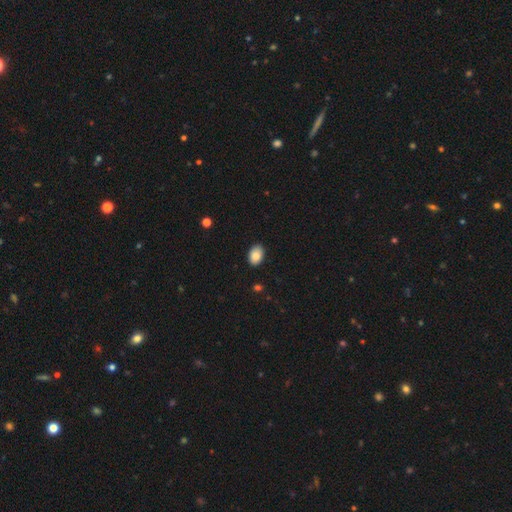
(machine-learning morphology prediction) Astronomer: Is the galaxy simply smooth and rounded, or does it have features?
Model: smooth — 86%.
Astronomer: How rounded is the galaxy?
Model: in between — 86%.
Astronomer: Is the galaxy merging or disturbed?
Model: none — 88%.